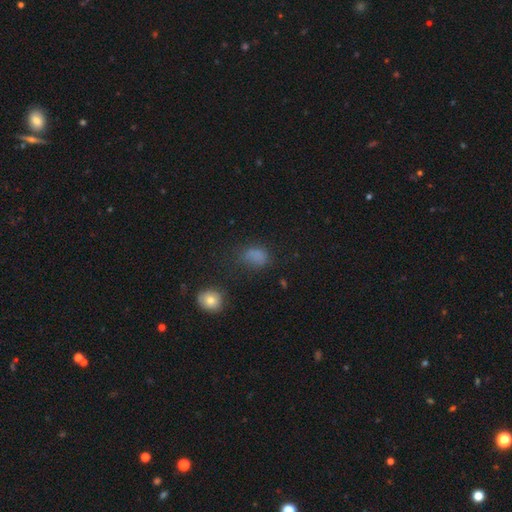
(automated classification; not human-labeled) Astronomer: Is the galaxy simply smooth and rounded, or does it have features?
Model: smooth — 74%.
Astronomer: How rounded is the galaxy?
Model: in between — 70%.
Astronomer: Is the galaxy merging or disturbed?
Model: none — 51%.